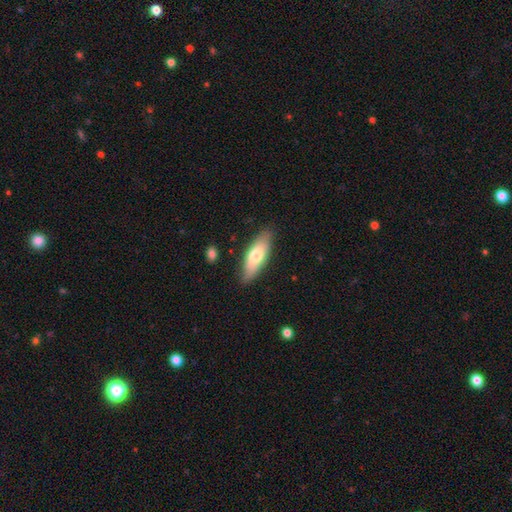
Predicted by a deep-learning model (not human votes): This appears to be a smooth galaxy with no disk features (68%) that is in between round and cigar-shaped (62%). Merging: none (83%).